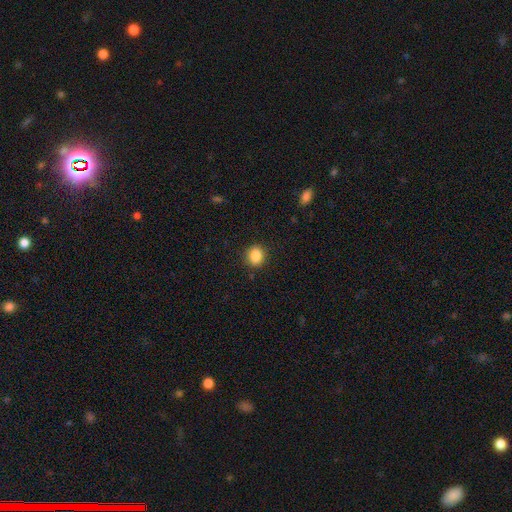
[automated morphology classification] Smooth or featured? Predicted: smooth (p=0.87). How rounded? Predicted: round (p=0.70). Merging? Predicted: none (p=0.89).